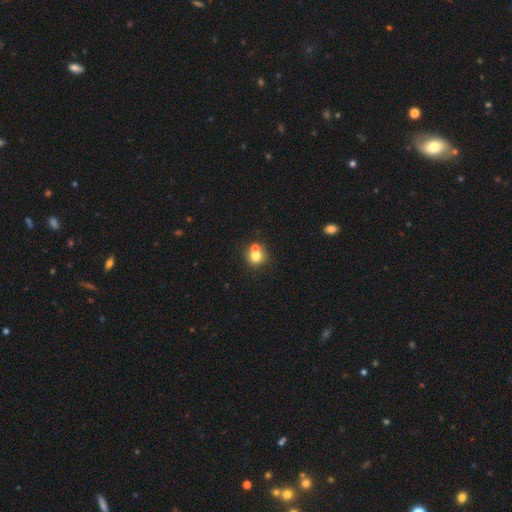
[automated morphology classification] A smooth galaxy with no disk features (74%) that is round (87%).

Vote fractions:
- Smooth or featured? smooth: 74% / featured or disk: 14% / star or artifact: 12%
- How rounded? round: 87% / in between: 12% / cigar-shaped: 1%
- Merging? none: 50% / merger: 40% / minor disturbance: 7% / major disturbance: 3%